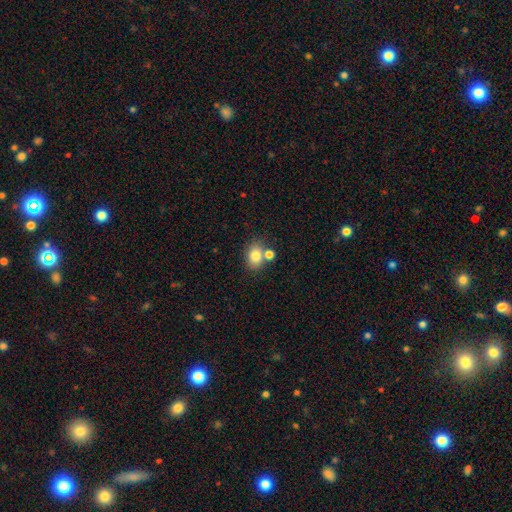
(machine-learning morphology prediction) This is likely a smooth galaxy (80%). How rounded: possibly in between (59%). Merging: likely none (62%).